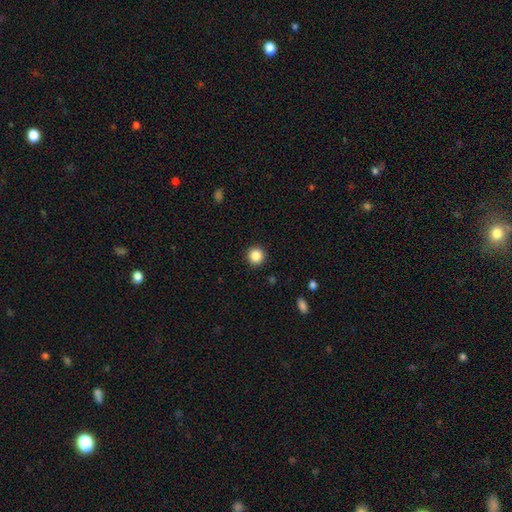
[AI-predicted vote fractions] This appears to be a smooth galaxy with no disk features (86%) that is round (95%). Merging: none (93%).